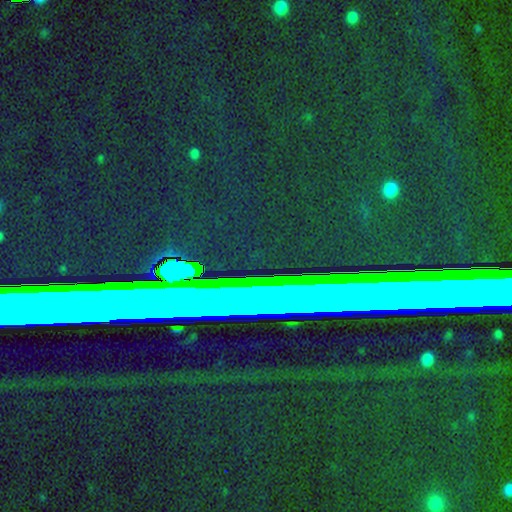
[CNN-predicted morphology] Overall: star or artifact (81%).